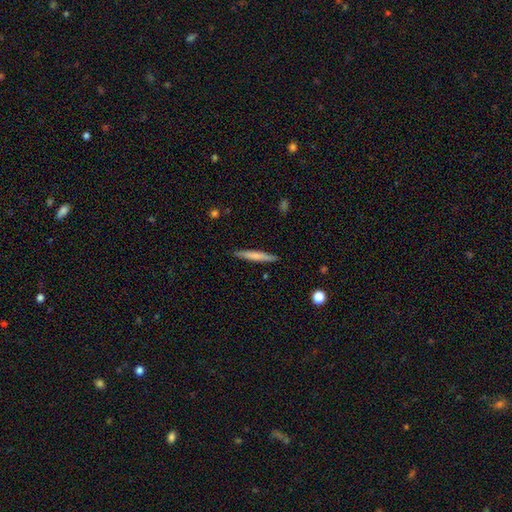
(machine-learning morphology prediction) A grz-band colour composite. It shows a smooth galaxy with no disk features (65%) that is cigar-shaped (95%). Merging: none (90%).